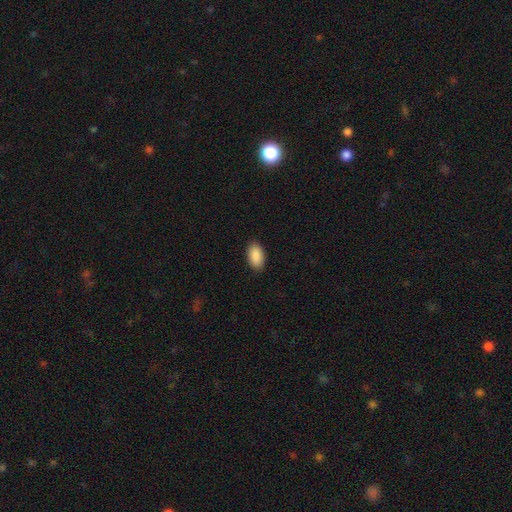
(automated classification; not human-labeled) Morphology: type=smooth (91%); roundness=in between (95%); merging=none (90%).